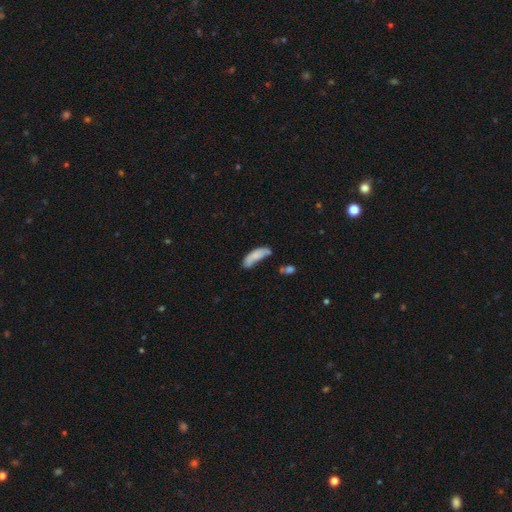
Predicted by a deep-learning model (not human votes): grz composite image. It shows a smooth galaxy with no disk features (74%) that is in between round and cigar-shaped (59%). Merging: none (37%).